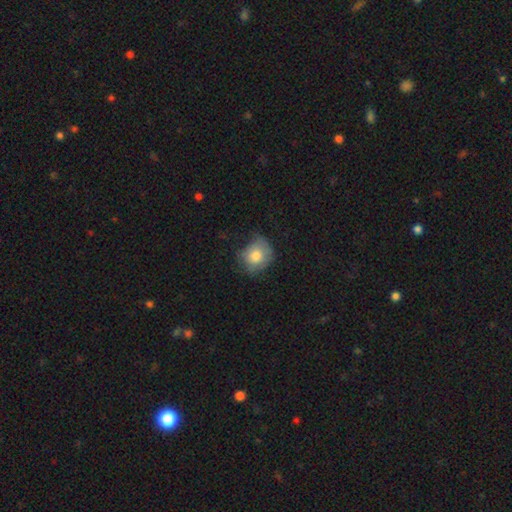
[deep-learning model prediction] A smooth galaxy with no disk features (74%) that is round (73%). Merging: none (49%).